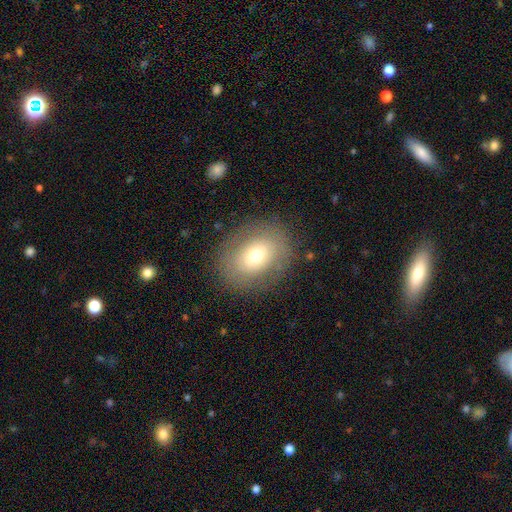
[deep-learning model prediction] Smooth or featured: smooth — 63% (featured or disk — 26%)
How rounded: in between — 50% (round — 49%)
Merging: none — 82% (minor disturbance — 11%)